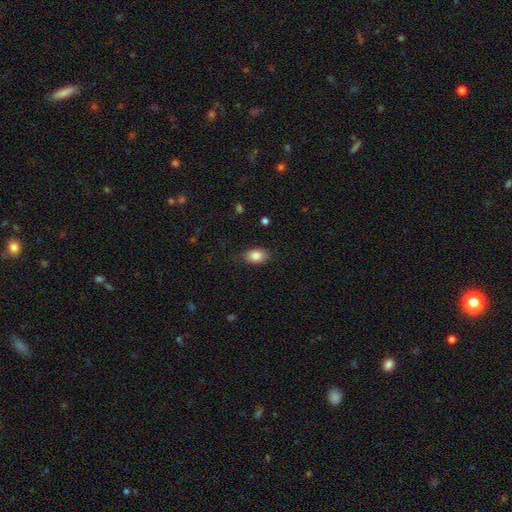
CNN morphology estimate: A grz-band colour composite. It shows a smooth galaxy with no disk features (85%) that is in between round and cigar-shaped (83%). Merging: none (82%).